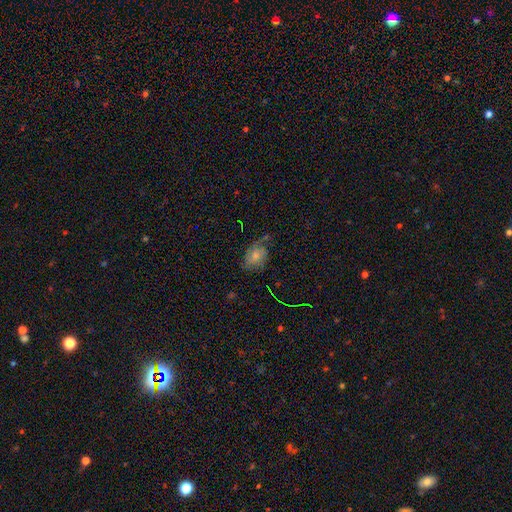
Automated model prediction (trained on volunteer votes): This appears to be a featured or disk galaxy (45%). Merging: none (48%).